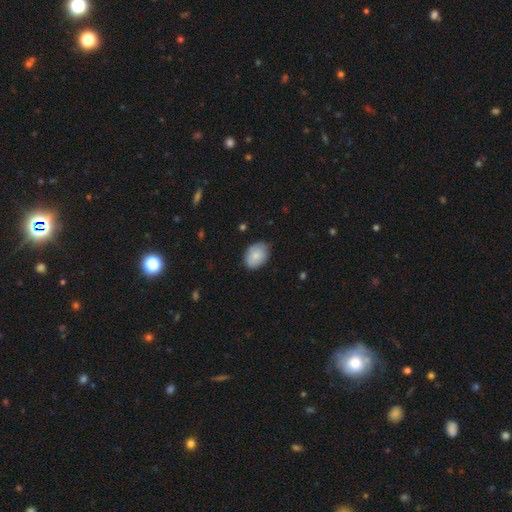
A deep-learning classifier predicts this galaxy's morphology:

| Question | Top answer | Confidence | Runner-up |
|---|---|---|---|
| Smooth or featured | smooth | 82% | featured or disk (11%) |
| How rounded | in between | 76% | round (23%) |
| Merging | none | 75% | minor disturbance (20%) |